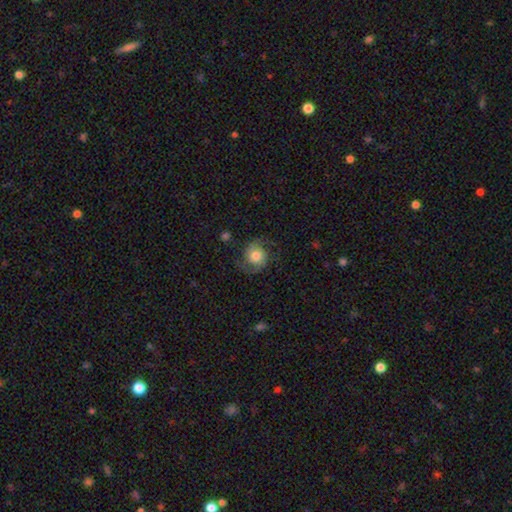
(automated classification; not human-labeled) smooth-or-featured: featured or disk: 62% | smooth: 30% | star or artifact: 9%
  disk-edge-on: no: 97% | yes: 3%
    bar: no: 76% | weak: 20% | strong: 4%
    has-spiral-arms: yes: 91% | no: 9%
      spiral-winding: medium: 47% | loose: 34% | tight: 20%
      spiral-arm-count: 2: 90% | can't tell: 4% | 1: 2% | 3: 1% | 4: 1% | more than 4: 1%
    bulge-size: moderate: 51% | large: 31% | small: 10% | dominant: 5% | none: 2%
  merging: none: 72% | minor disturbance: 17% | major disturbance: 10% | merger: 1%